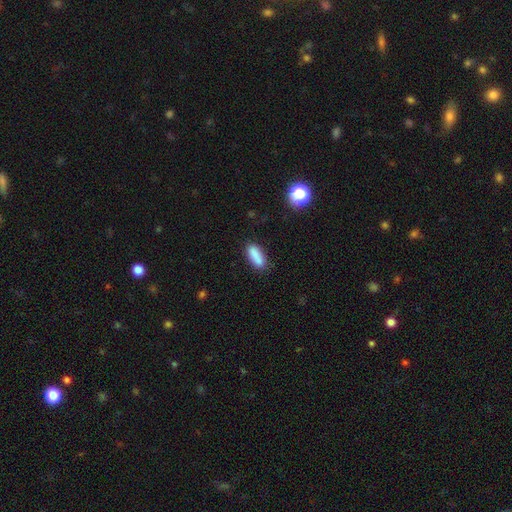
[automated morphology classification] Overall: smooth (86%). How rounded: in between (65%; cigar-shaped 33%). Merging: none (80%).